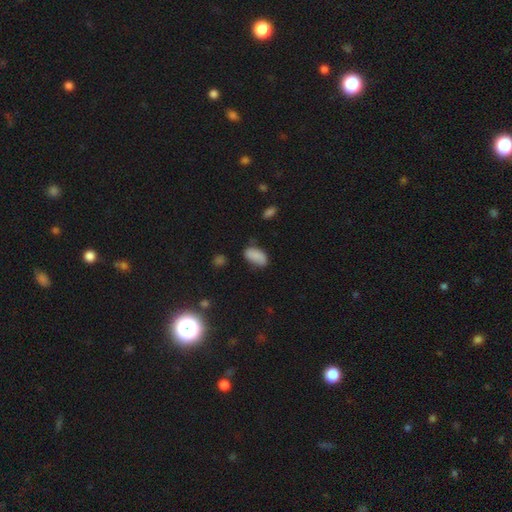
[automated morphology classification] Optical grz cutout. It shows a smooth galaxy with no disk features (84%) that is in between round and cigar-shaped (94%). Merging: none (65%).